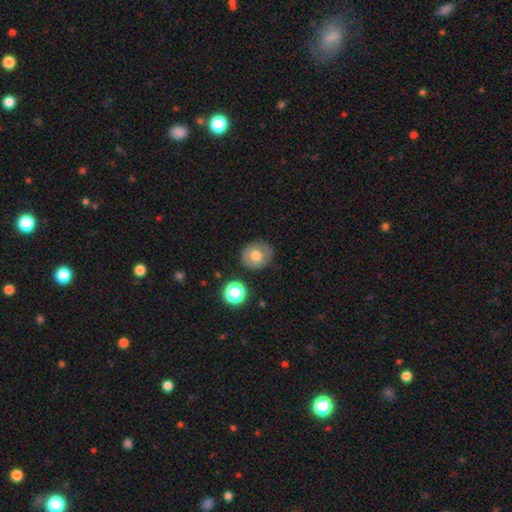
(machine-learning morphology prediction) A smooth galaxy with no disk features (68%) that is round (86%).

Vote fractions:
- Smooth or featured? smooth: 68% / featured or disk: 22% / star or artifact: 10%
- How rounded? round: 86% / in between: 13% / cigar-shaped: 1%
- Merging? none: 83% / minor disturbance: 11% / major disturbance: 3% / merger: 2%